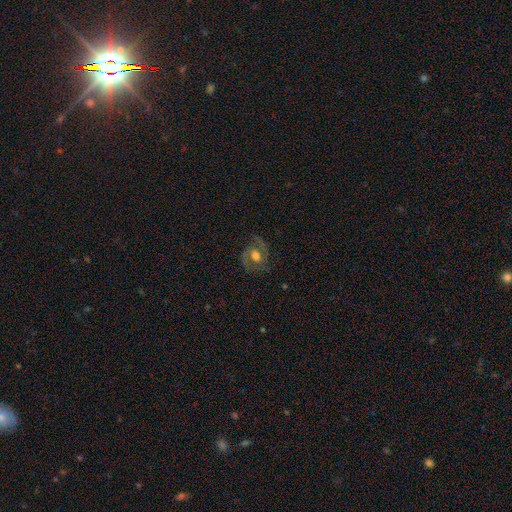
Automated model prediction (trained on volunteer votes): The model was most divided on "bar": no: 51%, weak: 39%, strong: 10%. More confident: edge-on disk — no (97%); spiral arms — yes (90%); spiral arm count — 2 (85%); smooth or featured — featured or disk (74%); merging — none (73%); bulge size — moderate (59%); spiral winding — medium (53%).